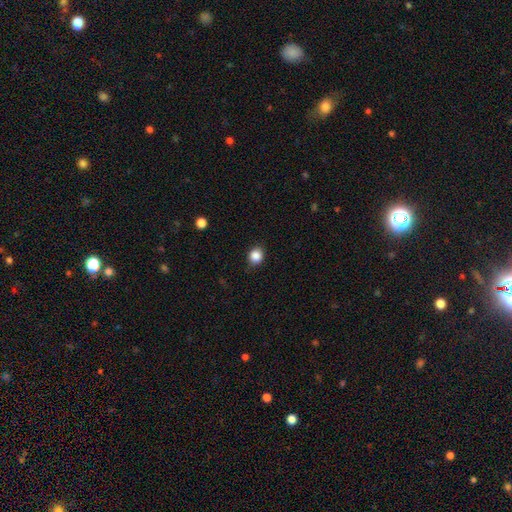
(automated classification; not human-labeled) A smooth galaxy with no disk features (86%) that is round (74%).

Vote fractions:
- Smooth or featured? smooth: 86% / star or artifact: 10% / featured or disk: 4%
- How rounded? round: 74% / in between: 25% / cigar-shaped: 1%
- Merging? none: 84% / minor disturbance: 12% / major disturbance: 3% / merger: 1%